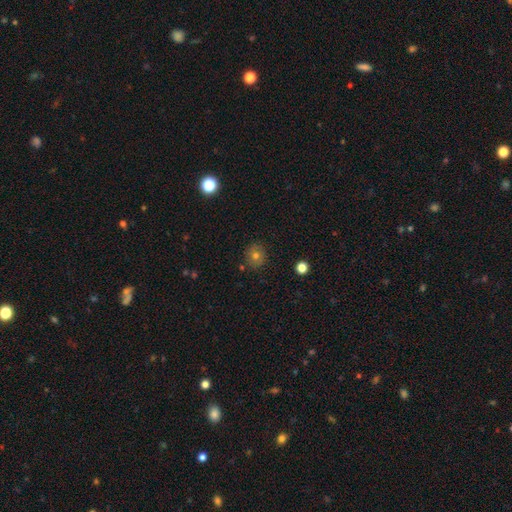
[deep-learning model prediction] Smooth or featured?
  - smooth: 72% *
  - star or artifact: 16%
  - featured or disk: 12%
How rounded?
  - round: 85% *
  - in between: 14%
  - cigar-shaped: 1%
Merging?
  - none: 86% *
  - minor disturbance: 9%
  - major disturbance: 2%
  - merger: 2%